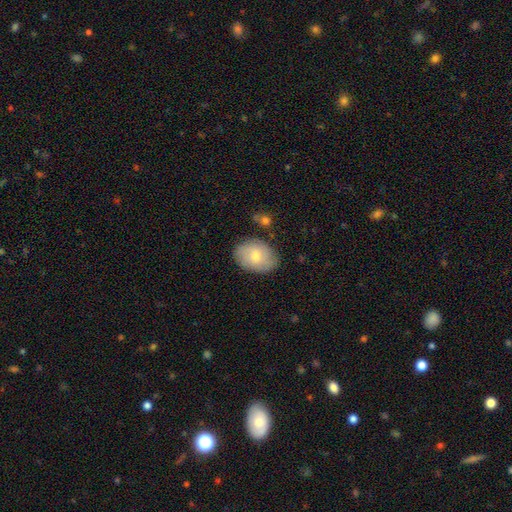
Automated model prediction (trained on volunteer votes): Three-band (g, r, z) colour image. It shows a smooth galaxy with no disk features (63%) that is in between round and cigar-shaped (76%). Merging: none (79%).